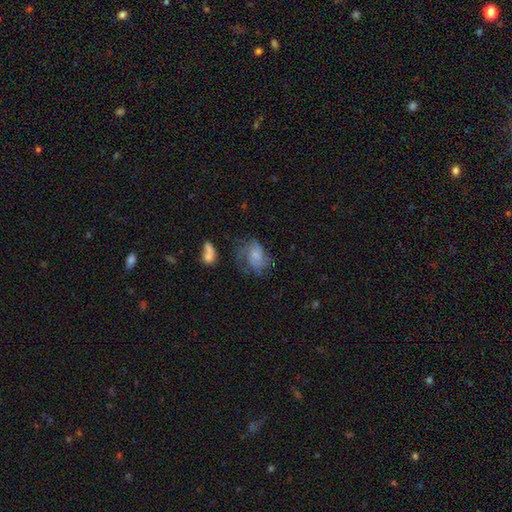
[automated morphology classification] type=featured or disk (46%); merging=none (39%).